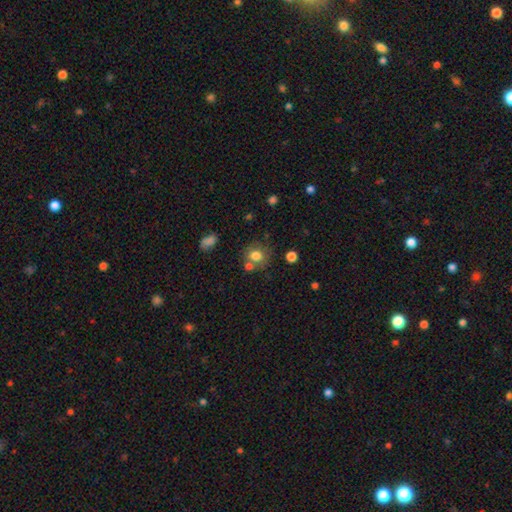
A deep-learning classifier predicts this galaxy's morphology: The model was most divided on "merging": none: 63%, merger: 18%, minor disturbance: 14%, major disturbance: 5%. More confident: smooth or featured — smooth (78%); how rounded — round (76%).